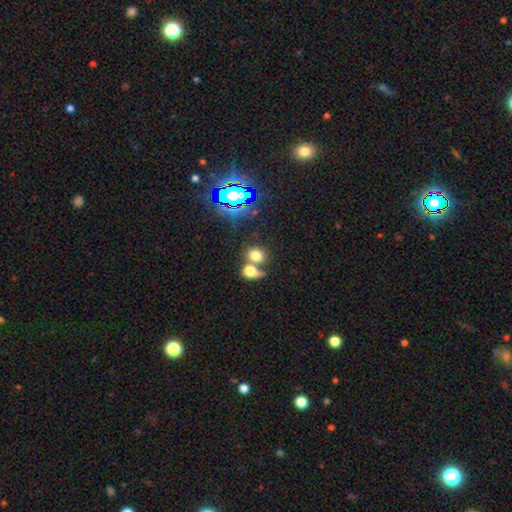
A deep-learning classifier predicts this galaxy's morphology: type=smooth (70%); roundness=round (61%); merging=none (44%).